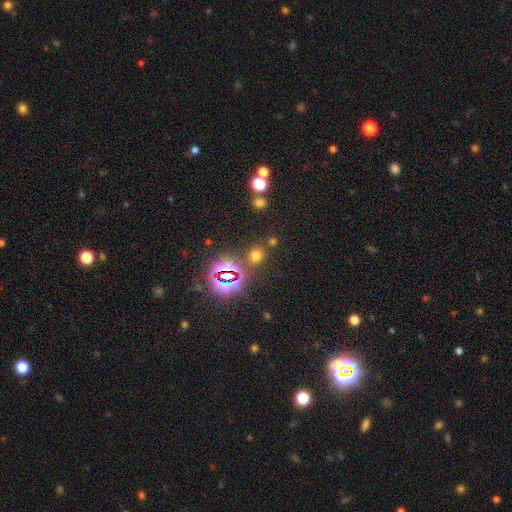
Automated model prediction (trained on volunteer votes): Morphology: type=smooth (58%); roundness=round (80%); merging=none (78%).